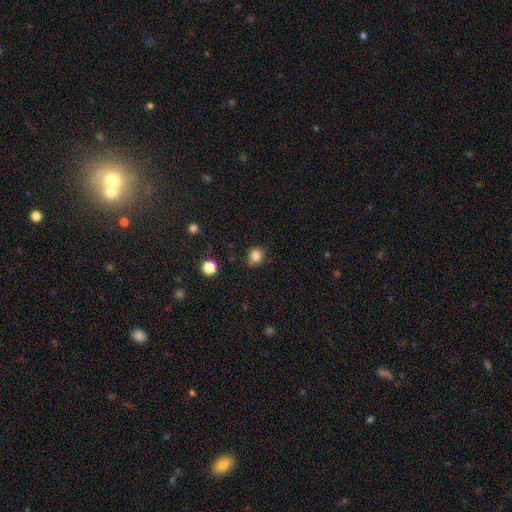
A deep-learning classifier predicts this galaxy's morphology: The model was most divided on "how rounded": round: 68%, in between: 31%, cigar-shaped: 1%. More confident: smooth or featured — smooth (83%); merging — none (74%).